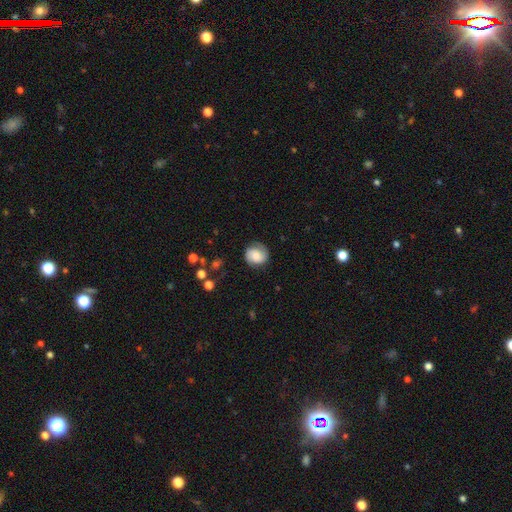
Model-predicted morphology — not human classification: Smooth or featured?
  - smooth: 49% *
  - featured or disk: 43%
  - star or artifact: 8%
Merging?
  - none: 74% *
  - minor disturbance: 18%
  - major disturbance: 7%
  - merger: 1%